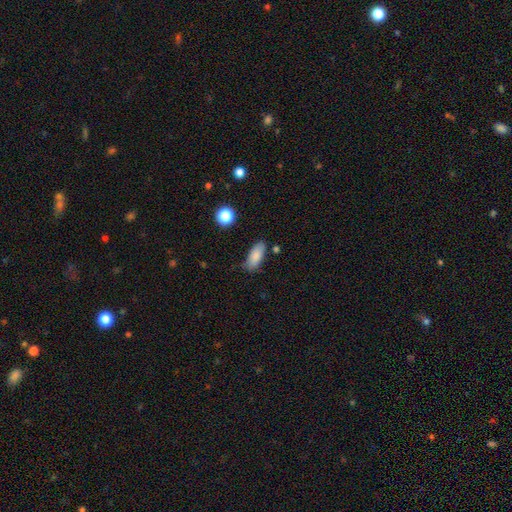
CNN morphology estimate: type=smooth (86%); roundness=in between (81%); merging=none (75%).